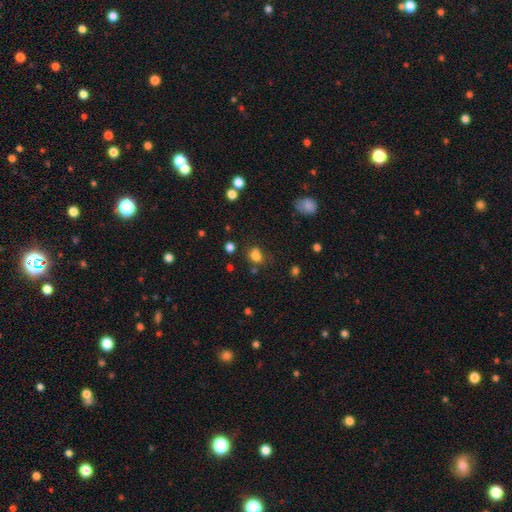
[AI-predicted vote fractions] smooth_or_featured: smooth (p=0.78) [alt: star or artifact p=0.15]
how_rounded: in between (p=0.52) [alt: round p=0.47]
merging: none (p=0.62) [alt: minor disturbance p=0.21]